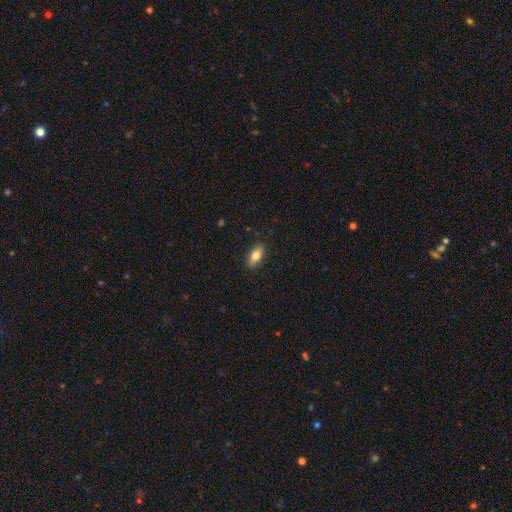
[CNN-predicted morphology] Smooth or featured? smooth (76%)
How rounded? in between (84%)
Merging? none (88%)